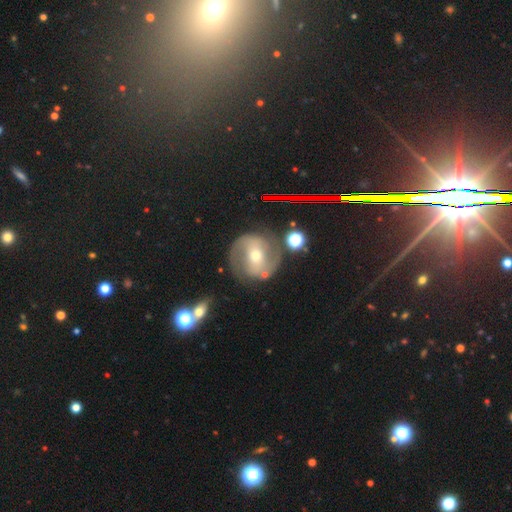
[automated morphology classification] The model was most divided on "bar" (2-way tie): strong: 36%, weak: 36%, no: 28%. Remaining: edge-on disk — no (96%); spiral arm count — 2 (88%); spiral arms — yes (84%); merging — none (77%); smooth or featured — featured or disk (75%); bulge size — moderate (60%); spiral winding — medium (49%).